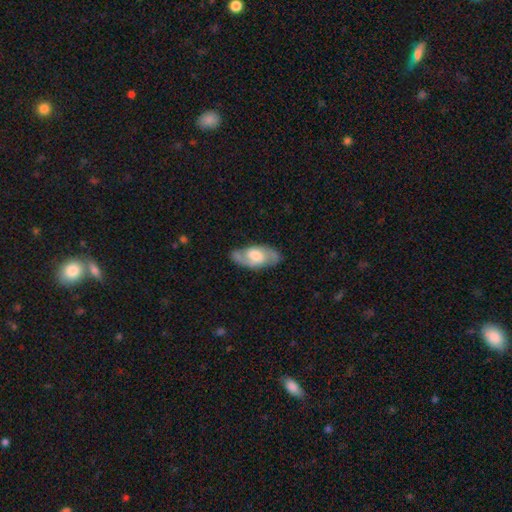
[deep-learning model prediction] Overall: featured or disk (71%). Edge-on disk: no (92%). Bar: weak (45%; no 43%). Spiral arms: yes (87%). Spiral arm count: 2 (86%). Spiral winding: medium (51%; tight 26%). Bulge size: moderate (52%; large 24%). Merging: none (81%).